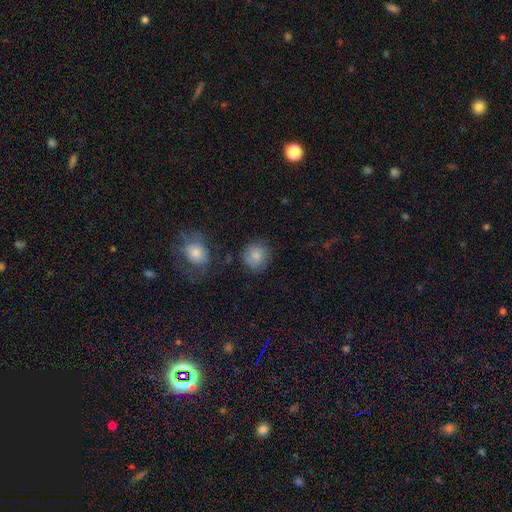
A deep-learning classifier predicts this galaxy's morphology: type=smooth (81%); roundness=round (86%); merging=none (75%).